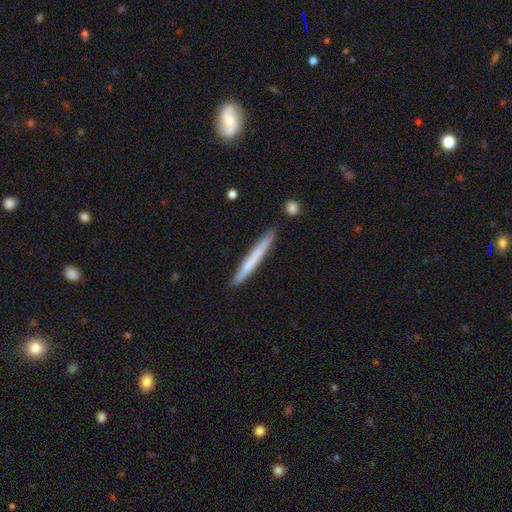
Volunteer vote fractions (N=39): Volunteers were most divided on "smooth or featured": featured or disk: 49%, smooth: 41%, star or artifact: 10%. More confident: edge-on disk — yes (100%); merging — none (94%); edge-on bulge — none (84%).